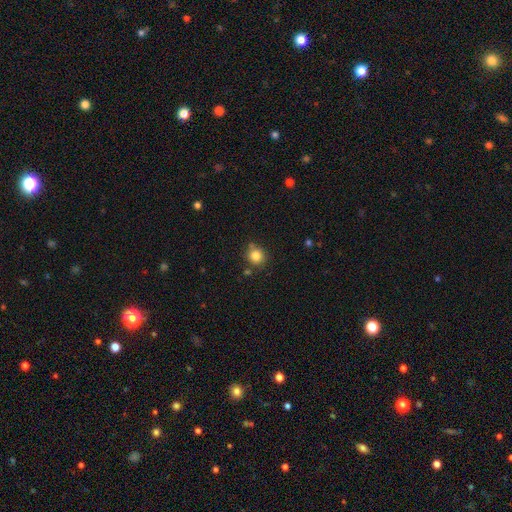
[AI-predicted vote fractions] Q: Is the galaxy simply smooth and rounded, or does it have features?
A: smooth — 83%.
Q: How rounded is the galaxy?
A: round — 86%.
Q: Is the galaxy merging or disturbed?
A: none — 76%.